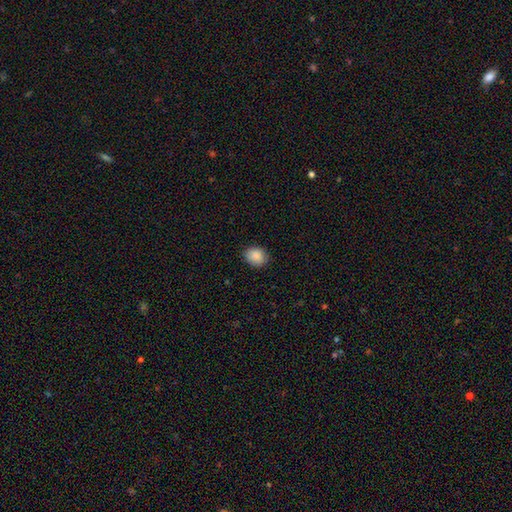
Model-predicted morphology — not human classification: Smooth or featured? smooth (89%)
How rounded? in between (53%)
Merging? none (84%)